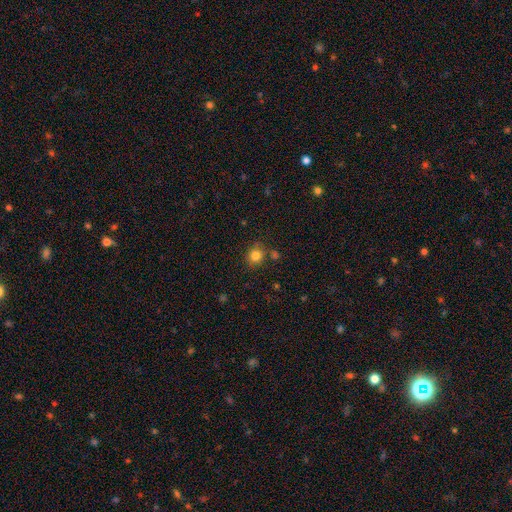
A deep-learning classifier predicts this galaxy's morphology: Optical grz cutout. It shows a smooth galaxy with no disk features (82%) that is round (78%). Merging: none (75%).